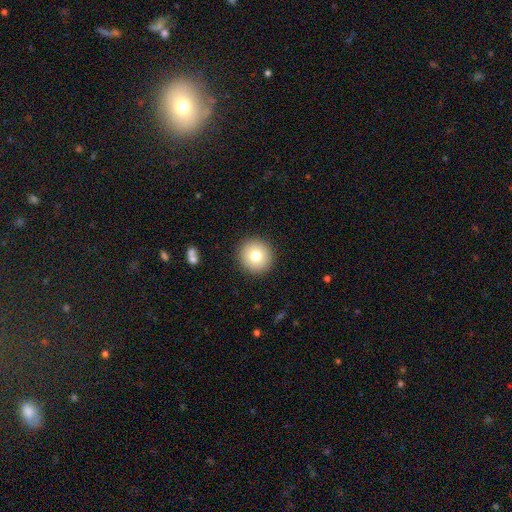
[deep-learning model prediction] Smooth or featured: smooth — 76% (featured or disk — 14%)
How rounded: round — 95% (in between — 4%)
Merging: none — 92% (minor disturbance — 5%)